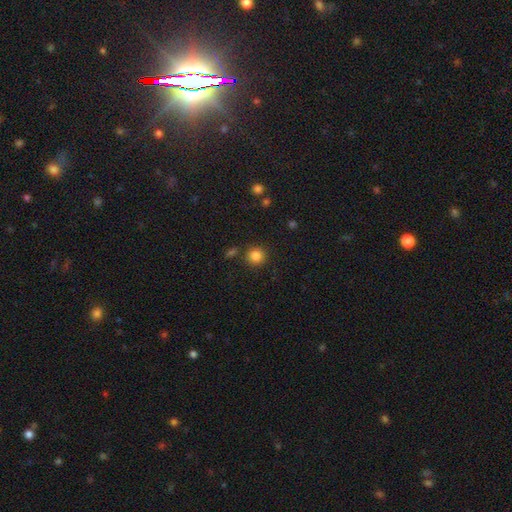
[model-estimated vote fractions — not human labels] Q: Smooth or featured?
A: smooth (84%); runner-up: star or artifact (11%)
Q: How rounded?
A: round (92%); runner-up: in between (8%)
Q: Merging?
A: none (85%); runner-up: minor disturbance (8%)